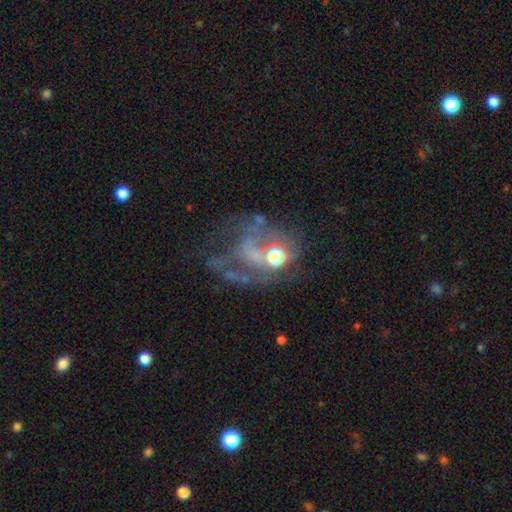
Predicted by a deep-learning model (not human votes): This appears to be a featured or disk galaxy (59%) with no bar (75%), no spiral arms (58%) and a moderate central bulge (39%). Merging: major disturbance (43%).